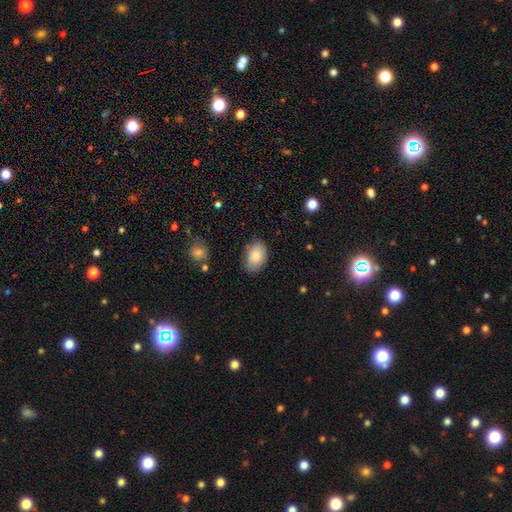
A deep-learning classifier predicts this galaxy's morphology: The model was most divided on "merging": none: 77%, minor disturbance: 18%, major disturbance: 3%, merger: 2%. More confident: how rounded — in between (86%); smooth or featured — smooth (79%).